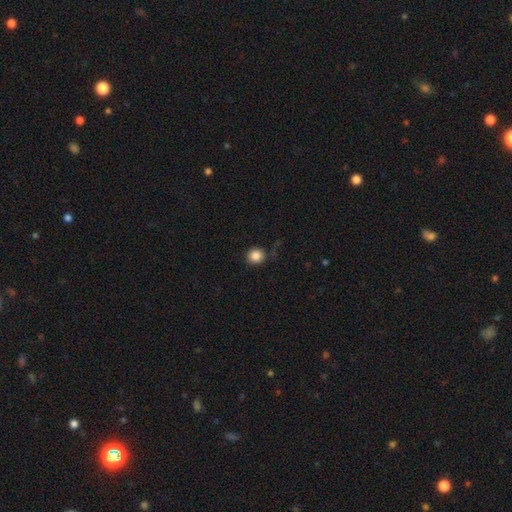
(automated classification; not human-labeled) Q: Smooth or featured?
A: smooth (86%); runner-up: star or artifact (10%)
Q: How rounded?
A: round (89%); runner-up: in between (10%)
Q: Merging?
A: none (85%); runner-up: minor disturbance (10%)